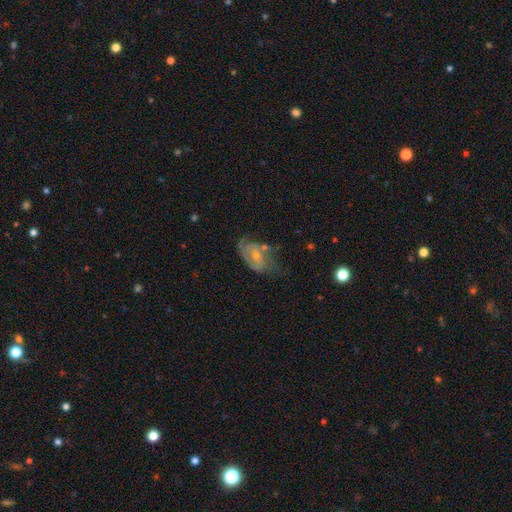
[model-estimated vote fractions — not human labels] Q: Smooth or featured?
A: featured or disk (68%); runner-up: smooth (25%)
Q: Edge-on disk?
A: no (96%); runner-up: yes (4%)
Q: Bar?
A: no (50%); runner-up: weak (40%)
Q: Spiral arms?
A: yes (81%); runner-up: no (19%)
Q: Spiral winding?
A: medium (43%); runner-up: tight (33%)
Q: Spiral arm count?
A: 2 (57%); runner-up: can't tell (25%)
Q: Bulge size?
A: small (59%); runner-up: moderate (34%)
Q: Merging?
A: none (43%); runner-up: minor disturbance (27%)